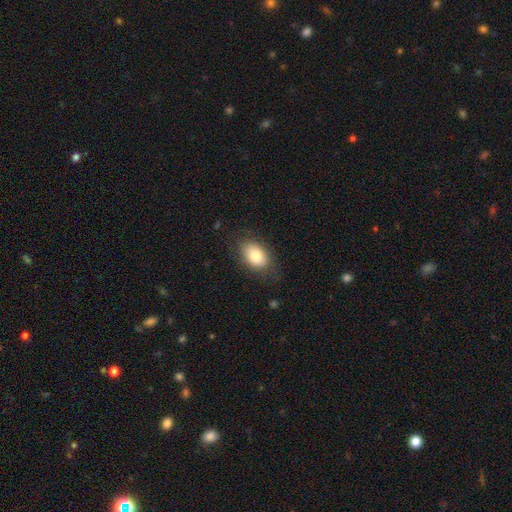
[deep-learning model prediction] The model was most divided on "merging": none: 80%, minor disturbance: 14%, major disturbance: 5%, merger: 1%. More confident: how rounded — in between (86%); smooth or featured — smooth (80%).